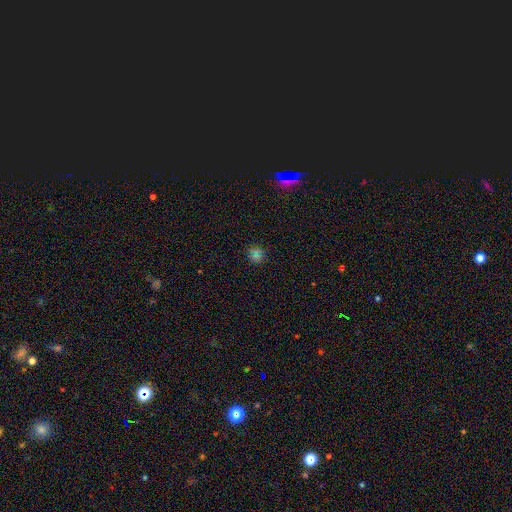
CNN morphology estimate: type=star or artifact (47%).